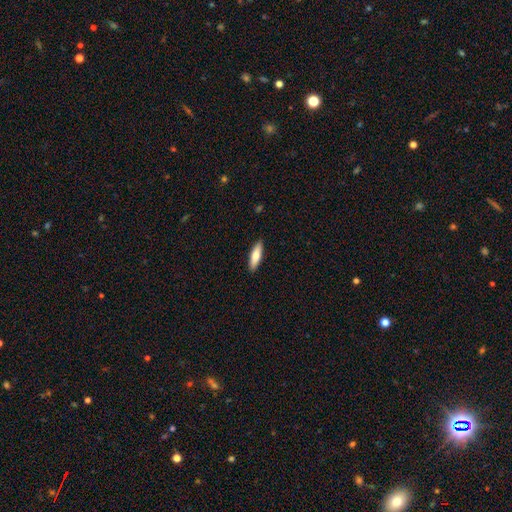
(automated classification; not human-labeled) This appears to be a smooth galaxy with no disk features (73%) that is cigar-shaped (61%). Merging: none (90%).